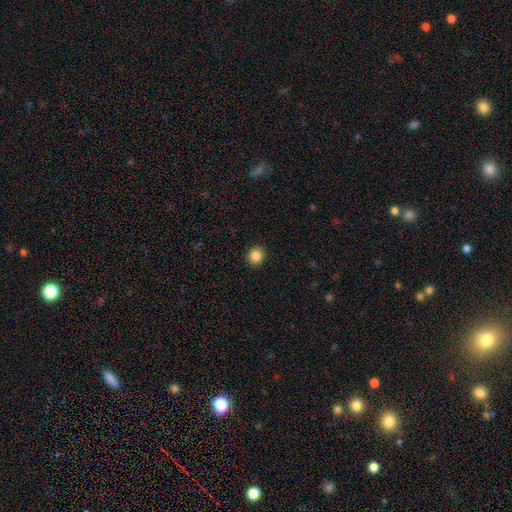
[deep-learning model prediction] smooth_or_featured: smooth (p=0.86) [alt: star or artifact p=0.10]
how_rounded: round (p=0.83) [alt: in between p=0.17]
merging: none (p=0.92) [alt: minor disturbance p=0.05]